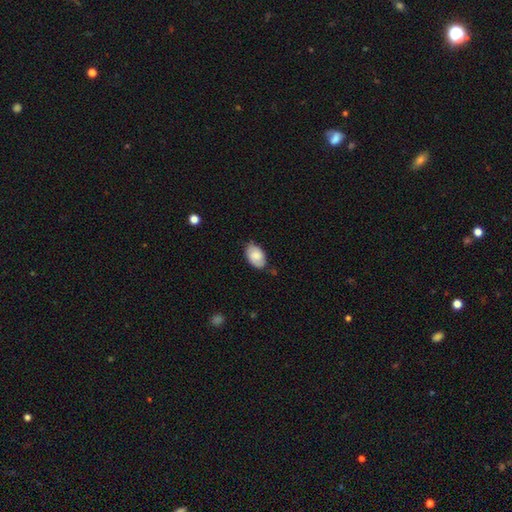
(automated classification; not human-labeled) Q: Smooth or featured?
A: smooth (68%); runner-up: featured or disk (25%)
Q: How rounded?
A: in between (91%); runner-up: round (8%)
Q: Merging?
A: none (72%); runner-up: minor disturbance (22%)